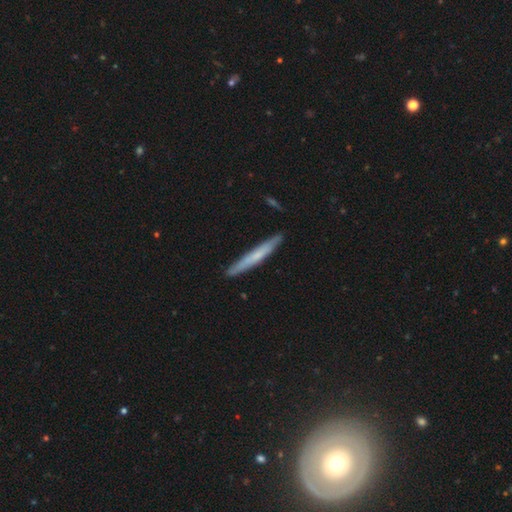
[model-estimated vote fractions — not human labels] Smooth or featured? Predicted: smooth (p=0.53). How rounded? Predicted: cigar-shaped (p=0.96). Merging? Predicted: none (p=0.89).